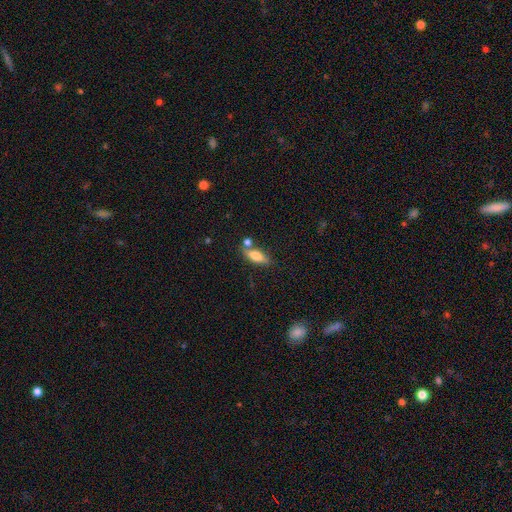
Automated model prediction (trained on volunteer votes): Smooth or featured? Predicted: smooth (p=0.69). How rounded? Predicted: in between (p=0.63). Merging? Predicted: none (p=0.64).